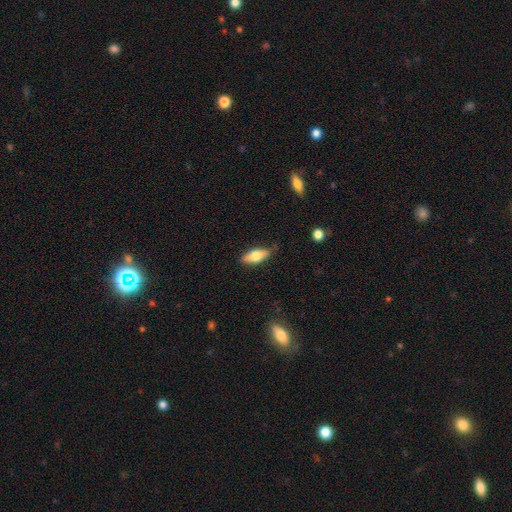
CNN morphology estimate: Q: Smooth or featured?
A: smooth (68%); runner-up: featured or disk (26%)
Q: How rounded?
A: in between (74%); runner-up: cigar-shaped (24%)
Q: Merging?
A: none (79%); runner-up: minor disturbance (16%)